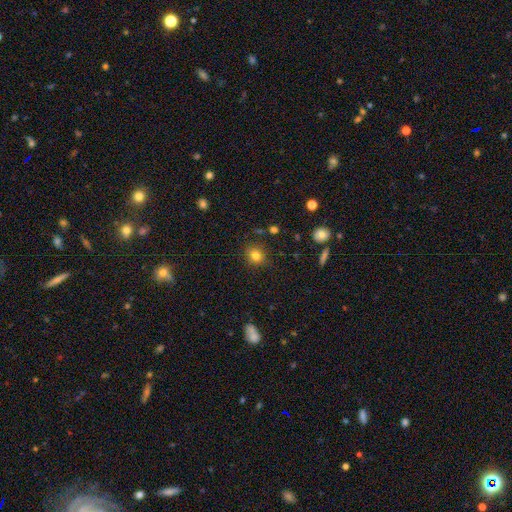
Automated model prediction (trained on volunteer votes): smooth-or-featured: smooth: 81% | star or artifact: 13% | featured or disk: 7%
  how-rounded: round: 81% | in between: 18% | cigar-shaped: 1%
  merging: none: 87% | minor disturbance: 9% | major disturbance: 3% | merger: 2%